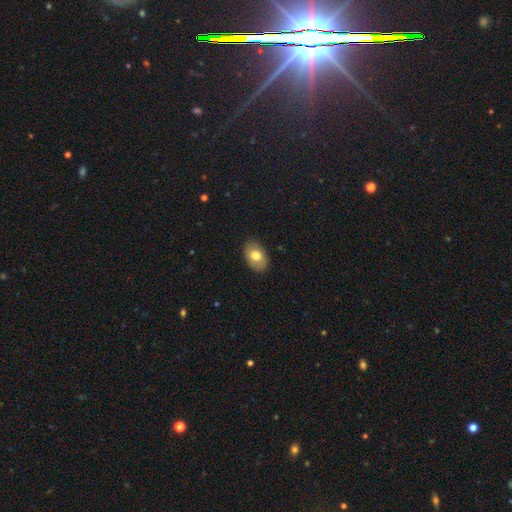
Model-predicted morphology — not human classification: Overall: smooth (73%). How rounded: in between (87%). Merging: none (86%).